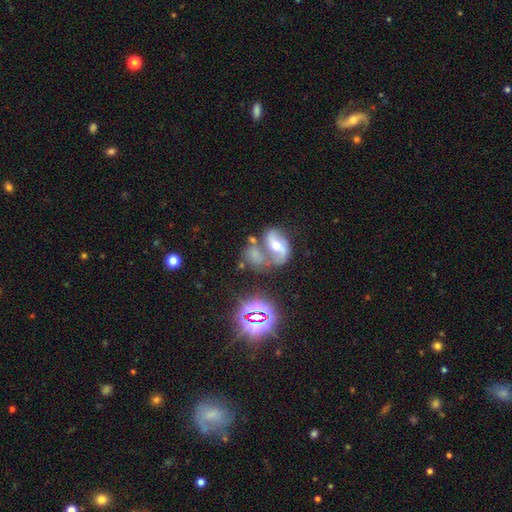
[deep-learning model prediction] Overall: featured or disk (52%; smooth 29%). Edge-on disk: no (95%). Merging: merger (43%; none 33%).